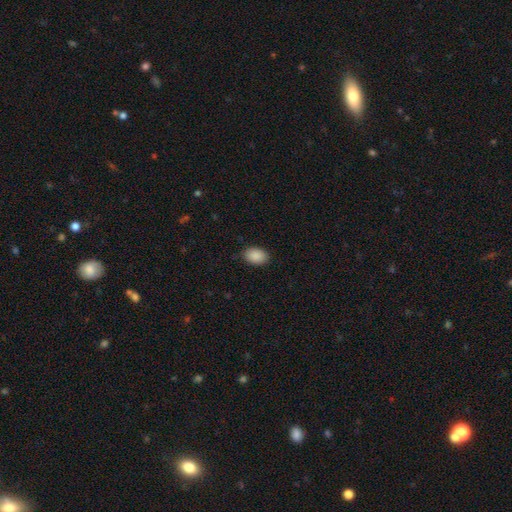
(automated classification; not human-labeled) smooth 90%, star or artifact 7%, featured or disk 3%. Down the decision tree: how rounded — in between (84%); merging — none (86%).